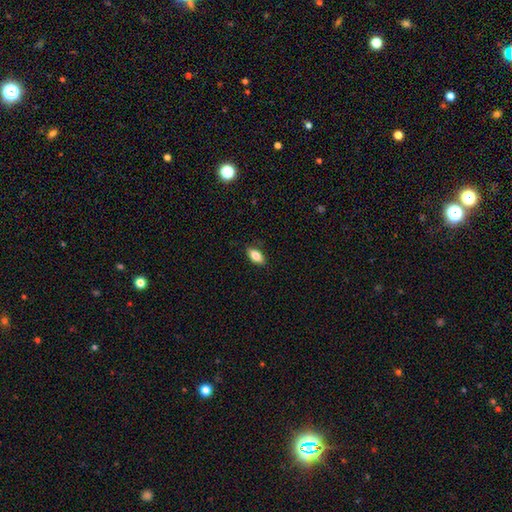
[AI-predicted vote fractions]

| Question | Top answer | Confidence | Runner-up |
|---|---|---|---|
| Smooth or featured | smooth | 78% | featured or disk (15%) |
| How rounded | in between | 86% | cigar-shaped (11%) |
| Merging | none | 86% | minor disturbance (11%) |